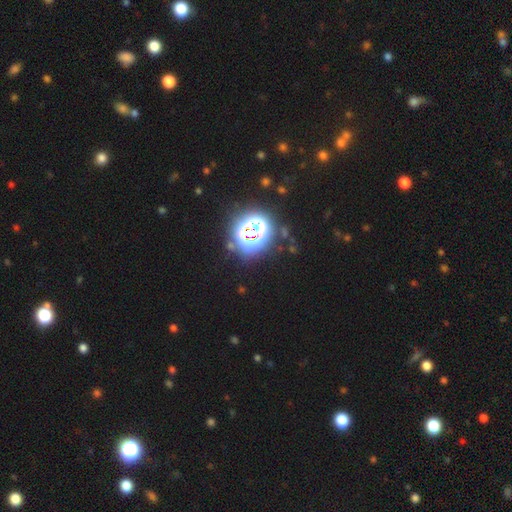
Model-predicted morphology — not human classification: A star or artifact, not a galaxy (83%).

Vote fractions:
- Smooth or featured? star or artifact: 83% / smooth: 10% / featured or disk: 6%